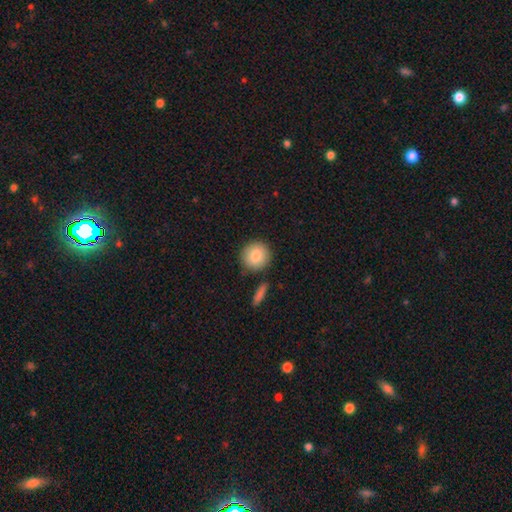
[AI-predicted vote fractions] The model was most divided on "merging": none: 83%, minor disturbance: 9%, merger: 6%, major disturbance: 2%. More confident: how rounded — round (91%); smooth or featured — smooth (84%).